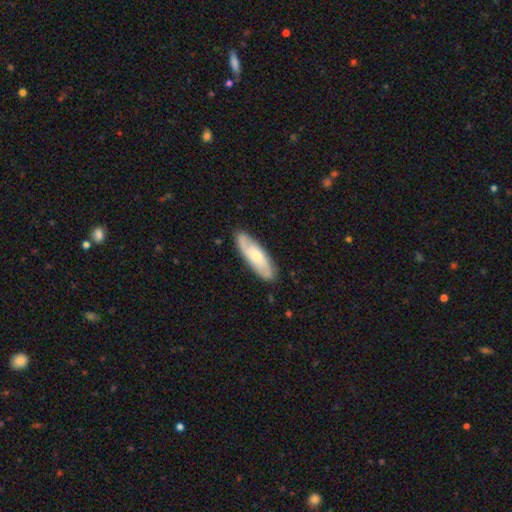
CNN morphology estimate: A smooth galaxy with no disk features (54%) that is cigar-shaped (51%).

Vote fractions:
- Smooth or featured? smooth: 54% / featured or disk: 41% / star or artifact: 5%
- How rounded? cigar-shaped: 51% / in between: 48% / round: 2%
- Merging? none: 85% / minor disturbance: 12% / major disturbance: 2% / merger: 1%